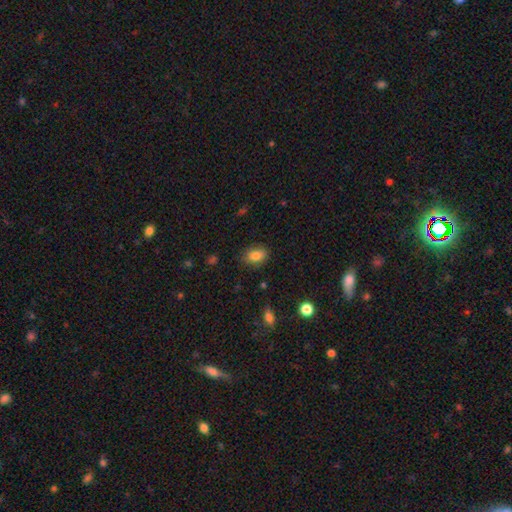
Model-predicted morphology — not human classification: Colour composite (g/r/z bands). It shows a smooth galaxy with no disk features (82%) that is in between round and cigar-shaped (85%). Merging: none (81%).